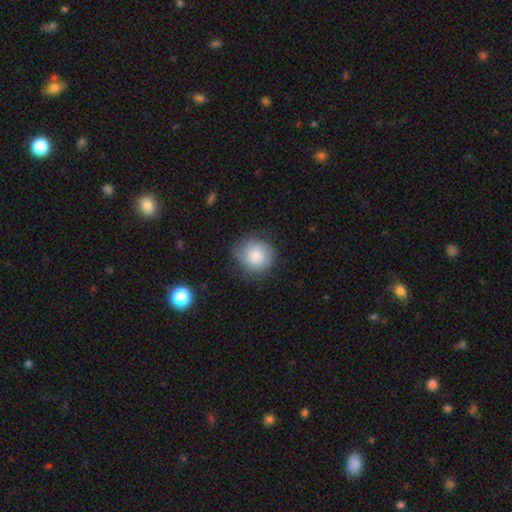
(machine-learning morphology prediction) Overall: smooth (84%). How rounded: round (89%). Merging: none (72%).